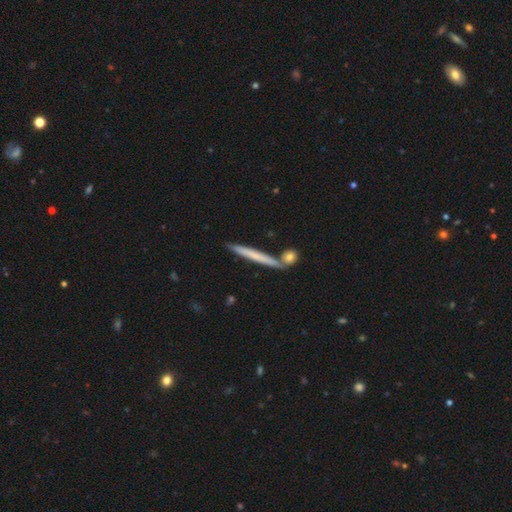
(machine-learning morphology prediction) The model was most divided on "smooth or featured": smooth: 55%, featured or disk: 39%, star or artifact: 6%. More confident: how rounded — cigar-shaped (96%); merging — none (79%).